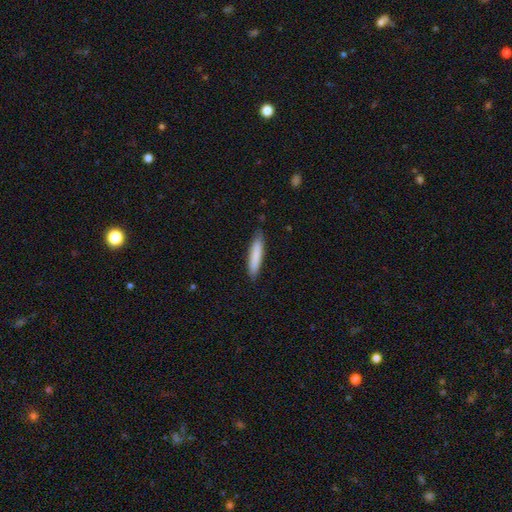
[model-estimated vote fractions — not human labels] A smooth galaxy with no disk features (82%) that is cigar-shaped (88%). Merging: none (85%).